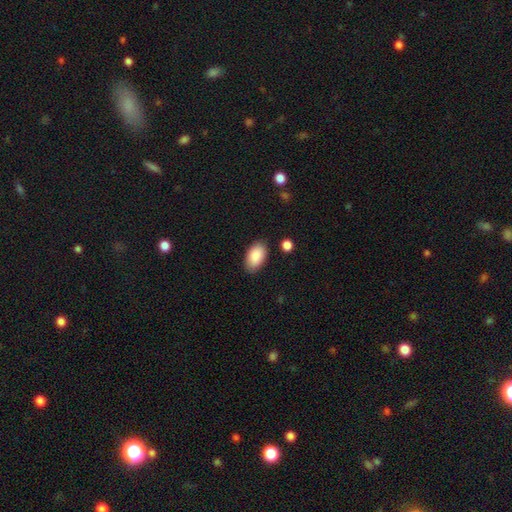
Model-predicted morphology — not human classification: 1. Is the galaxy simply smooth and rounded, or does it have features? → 89% smooth, 6% star or artifact, 5% featured or disk.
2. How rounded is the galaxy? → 95% in between, 4% round, 1% cigar-shaped.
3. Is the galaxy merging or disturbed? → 86% none, 10% minor disturbance, 2% major disturbance, 2% merger.